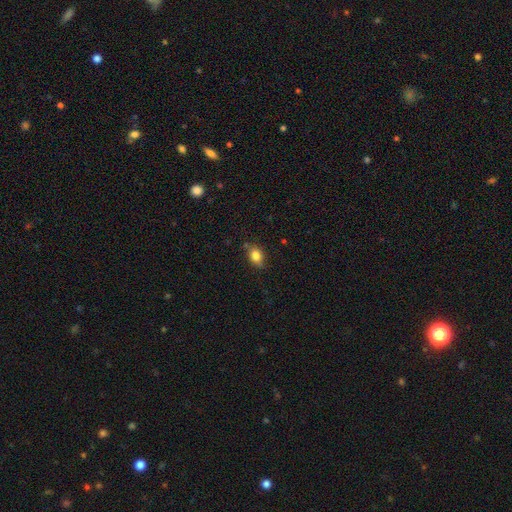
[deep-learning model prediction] Smooth or featured: smooth — 83% (star or artifact — 9%)
How rounded: in between — 73% (round — 25%)
Merging: none — 77% (minor disturbance — 17%)